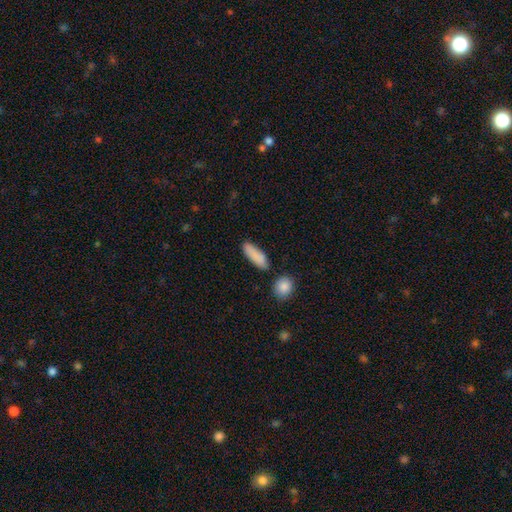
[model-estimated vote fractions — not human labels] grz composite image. It shows a smooth galaxy with no disk features (86%) that is in between round and cigar-shaped (53%). Merging: none (72%).